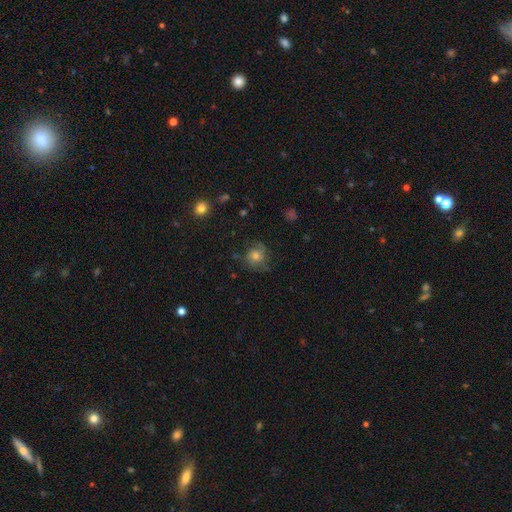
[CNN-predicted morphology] This is possibly a featured or disk galaxy (46%). Merging: likely none (68%).